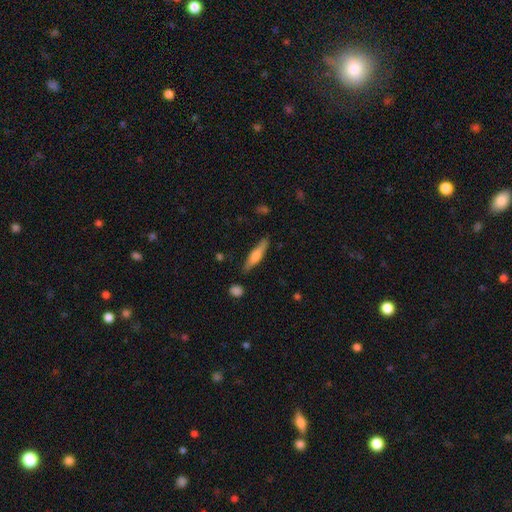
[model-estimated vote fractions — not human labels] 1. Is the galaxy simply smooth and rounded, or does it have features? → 54% smooth, 40% featured or disk, 6% star or artifact.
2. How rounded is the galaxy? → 81% cigar-shaped, 17% in between, 2% round.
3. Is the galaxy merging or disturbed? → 82% none, 13% minor disturbance, 3% major disturbance, 2% merger.